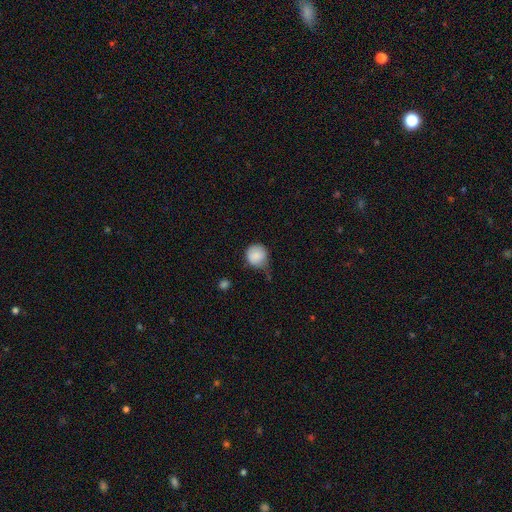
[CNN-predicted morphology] smooth_or_featured: smooth (p=0.87) [alt: star or artifact p=0.08]
how_rounded: round (p=0.90) [alt: in between p=0.09]
merging: none (p=0.48) [alt: minor disturbance p=0.39]